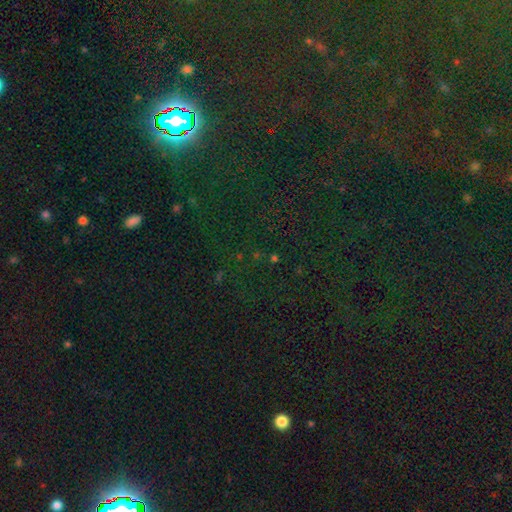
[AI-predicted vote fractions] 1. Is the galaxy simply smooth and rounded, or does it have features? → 83% star or artifact, 10% smooth, 7% featured or disk.